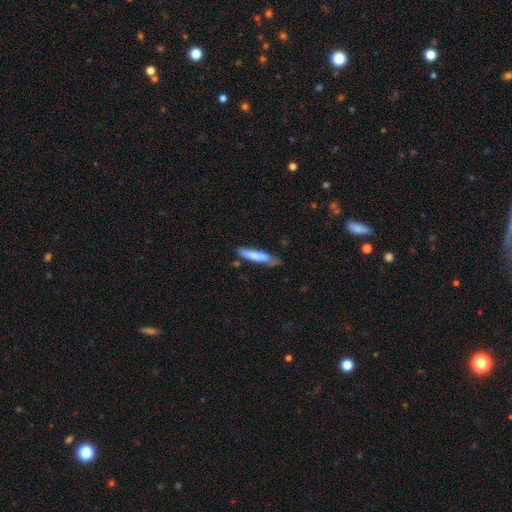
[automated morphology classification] smooth-or-featured: smooth: 72% | featured or disk: 22% | star or artifact: 6%
  how-rounded: cigar-shaped: 87% | in between: 12% | round: 1%
  merging: none: 61% | minor disturbance: 27% | major disturbance: 7% | merger: 5%